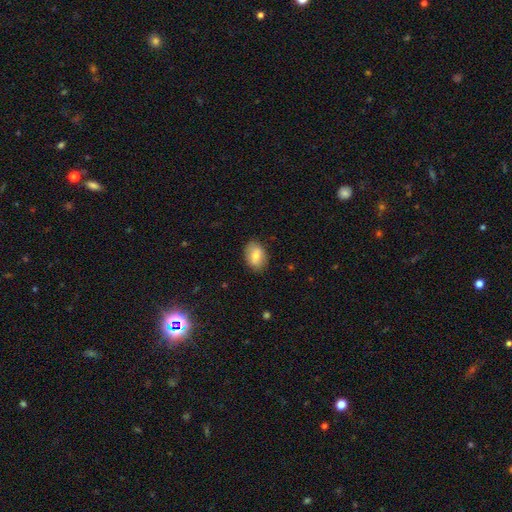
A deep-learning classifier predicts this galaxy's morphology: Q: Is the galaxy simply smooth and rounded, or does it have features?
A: smooth — 75%.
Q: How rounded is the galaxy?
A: in between — 83%.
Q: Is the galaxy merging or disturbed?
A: none — 84%.